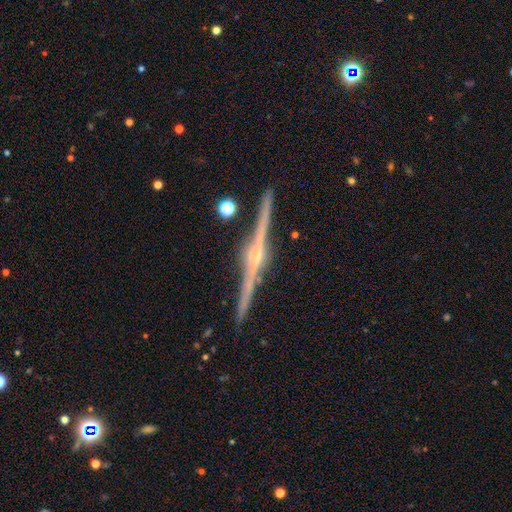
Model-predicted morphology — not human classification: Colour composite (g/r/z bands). It shows a featured or disk galaxy (91%) viewed edge-on (99%) with a rounded central bulge (79%). Merging: none (92%).